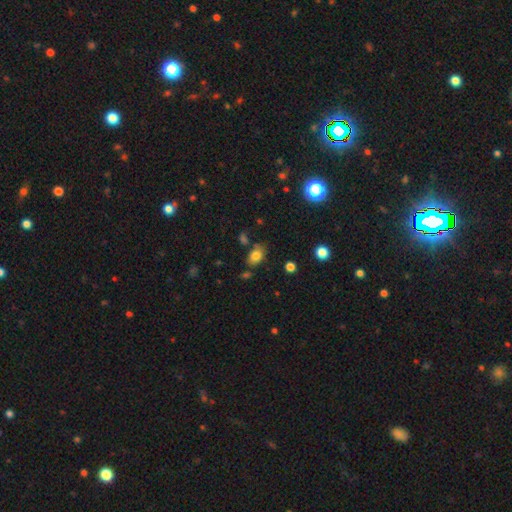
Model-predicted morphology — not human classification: A smooth galaxy with no disk features (78%) that is in between round and cigar-shaped (81%). Merging: none (72%).